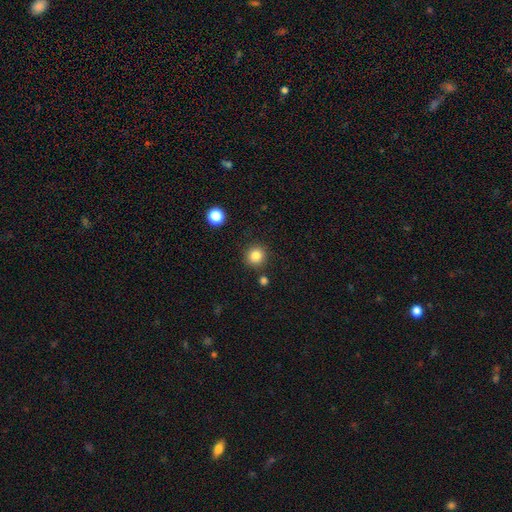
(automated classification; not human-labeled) Overall: smooth (84%). How rounded: round (92%). Merging: none (88%).